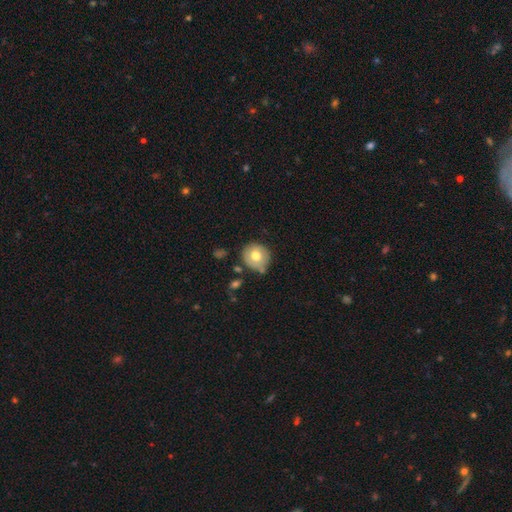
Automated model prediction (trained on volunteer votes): Smooth or featured?
  - smooth: 71% *
  - featured or disk: 21%
  - star or artifact: 8%
How rounded?
  - round: 87% *
  - in between: 12%
  - cigar-shaped: 1%
Merging?
  - none: 71% *
  - minor disturbance: 18%
  - merger: 7%
  - major disturbance: 4%